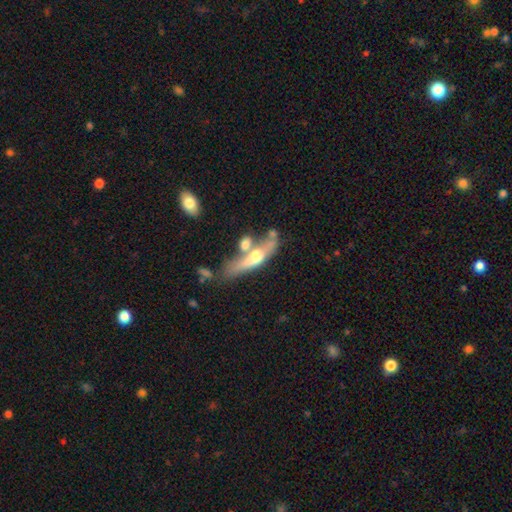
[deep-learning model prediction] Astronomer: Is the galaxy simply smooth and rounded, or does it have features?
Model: featured or disk — 50% (runner-up: smooth, 43%).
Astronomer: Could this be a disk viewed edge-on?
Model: yes — 74%.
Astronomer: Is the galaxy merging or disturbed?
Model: merger — 38% (runner-up: none, 37%).